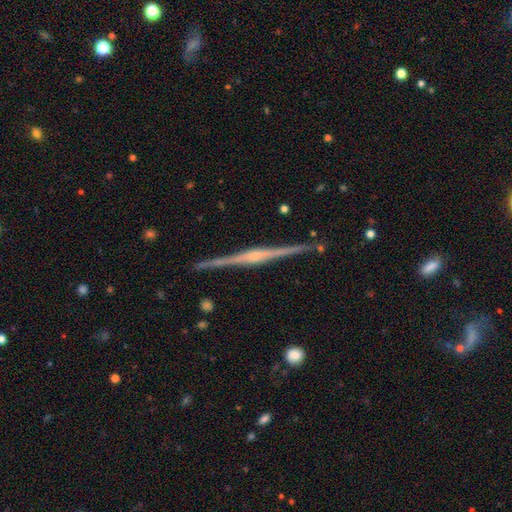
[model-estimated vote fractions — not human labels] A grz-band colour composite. It shows a featured or disk galaxy (87%) viewed edge-on (99%) with a rounded central bulge (59%). Merging: none (91%).